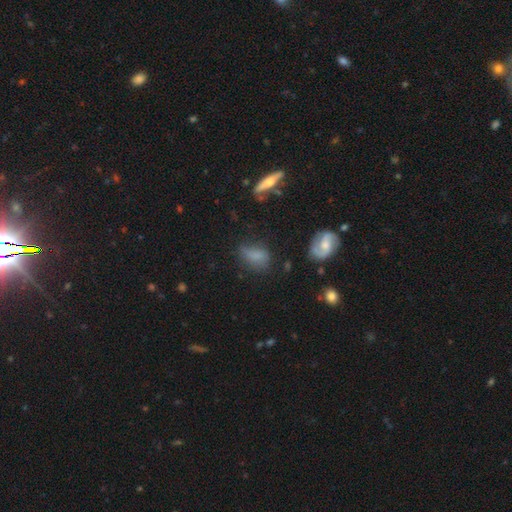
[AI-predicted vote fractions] A smooth galaxy with no disk features (66%) that is in between round and cigar-shaped (79%).

Vote fractions:
- Smooth or featured? smooth: 66% / featured or disk: 21% / star or artifact: 13%
- How rounded? in between: 79% / round: 14% / cigar-shaped: 7%
- Merging? none: 54% / minor disturbance: 30% / major disturbance: 12% / merger: 4%